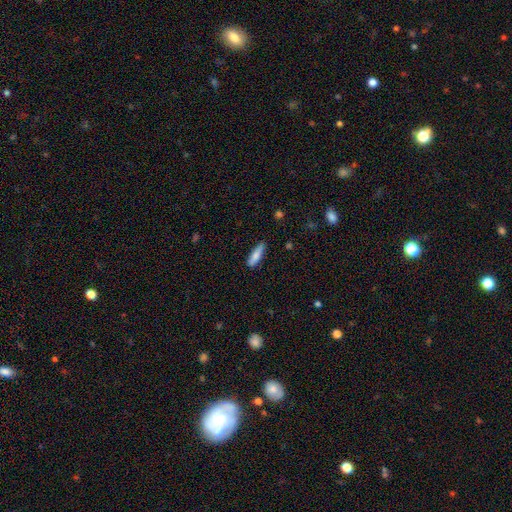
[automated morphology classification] Smooth or featured?
  - smooth: 76% *
  - featured or disk: 18%
  - star or artifact: 6%
How rounded?
  - cigar-shaped: 62% *
  - in between: 36%
  - round: 2%
Merging?
  - none: 80% *
  - minor disturbance: 16%
  - major disturbance: 3%
  - merger: 2%